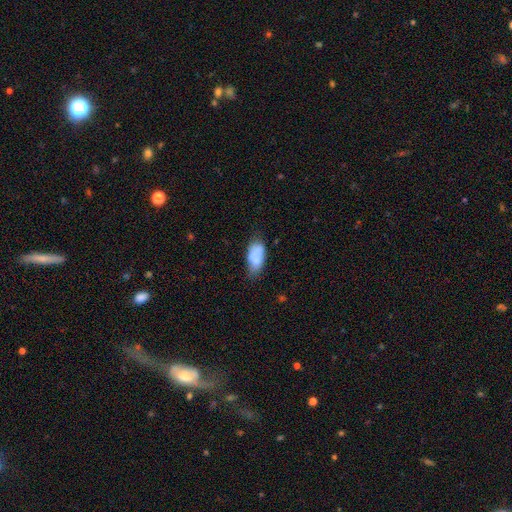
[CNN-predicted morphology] smooth_or_featured: smooth (p=0.77) [alt: featured or disk p=0.16]
how_rounded: in between (p=0.92) [alt: cigar-shaped p=0.05]
merging: none (p=0.57) [alt: minor disturbance p=0.29]